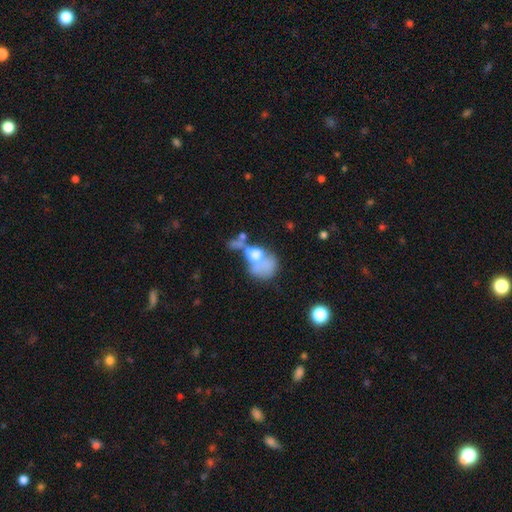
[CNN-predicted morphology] A smooth galaxy with no disk features (53%) that is in between round and cigar-shaped (63%). Merging: merger (40%).